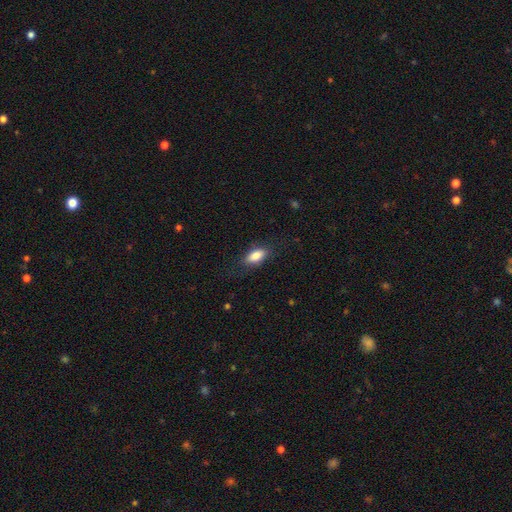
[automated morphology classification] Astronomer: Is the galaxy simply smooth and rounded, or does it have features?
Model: smooth — 84%.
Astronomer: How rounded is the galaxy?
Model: in between — 86%.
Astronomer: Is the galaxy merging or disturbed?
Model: none — 79%.